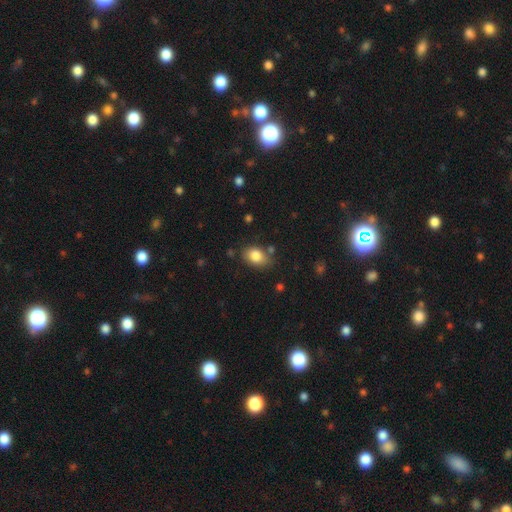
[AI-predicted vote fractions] Smooth or featured? smooth (84%)
How rounded? in between (77%)
Merging? none (75%)